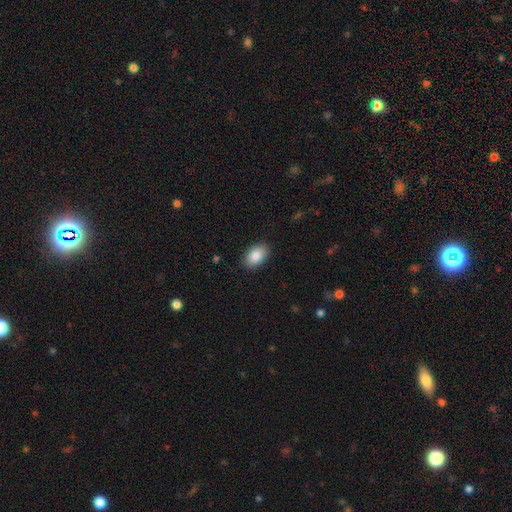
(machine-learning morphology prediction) Smooth or featured? smooth (87%)
How rounded? in between (91%)
Merging? none (89%)